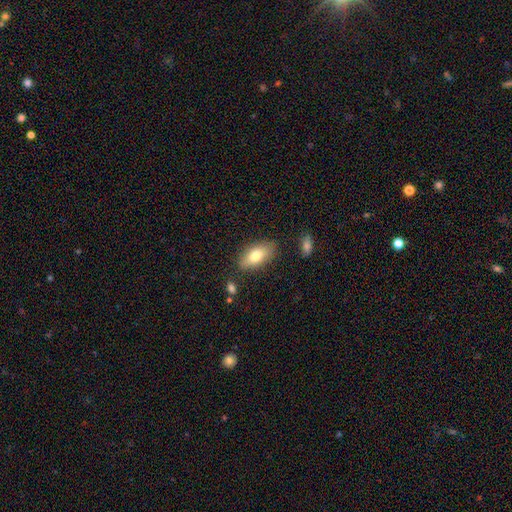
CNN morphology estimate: This appears to be a smooth galaxy with no disk features (75%) that is in between round and cigar-shaped (87%). Merging: none (81%).